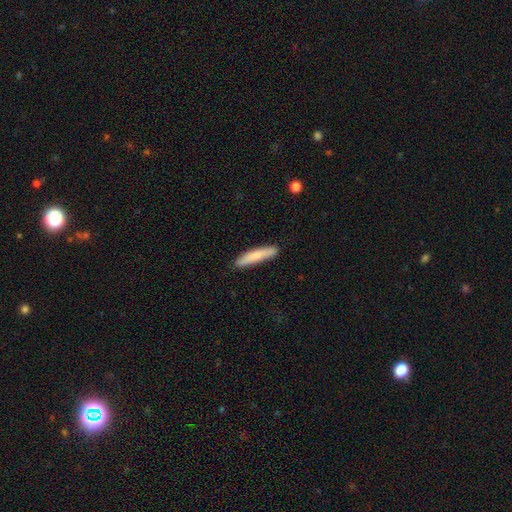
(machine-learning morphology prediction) A smooth galaxy with no disk features (77%) that is cigar-shaped (90%).

Vote fractions:
- Smooth or featured? smooth: 77% / featured or disk: 18% / star or artifact: 6%
- How rounded? cigar-shaped: 90% / in between: 8% / round: 1%
- Merging? none: 87% / minor disturbance: 10% / major disturbance: 2% / merger: 1%